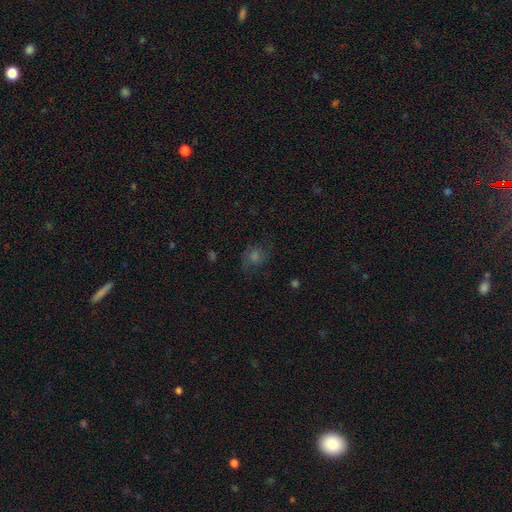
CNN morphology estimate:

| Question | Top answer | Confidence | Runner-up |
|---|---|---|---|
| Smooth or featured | featured or disk | 37% | smooth (36%) |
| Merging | none | 71% | minor disturbance (17%) |